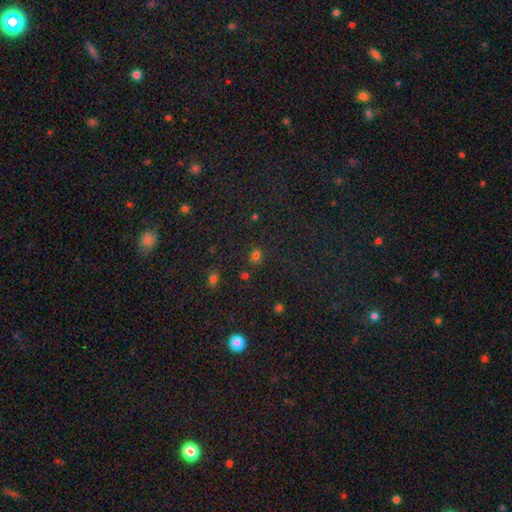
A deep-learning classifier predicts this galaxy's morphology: Smooth or featured?
  - smooth: 70% *
  - star or artifact: 25%
  - featured or disk: 5%
How rounded?
  - round: 76% *
  - in between: 23%
  - cigar-shaped: 1%
Merging?
  - none: 78% *
  - minor disturbance: 12%
  - merger: 6%
  - major disturbance: 4%